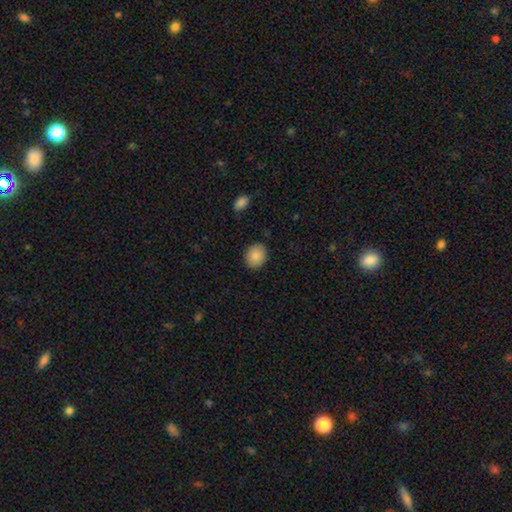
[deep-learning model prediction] This appears to be a smooth galaxy with no disk features (88%) that is round (63%). Merging: none (87%).